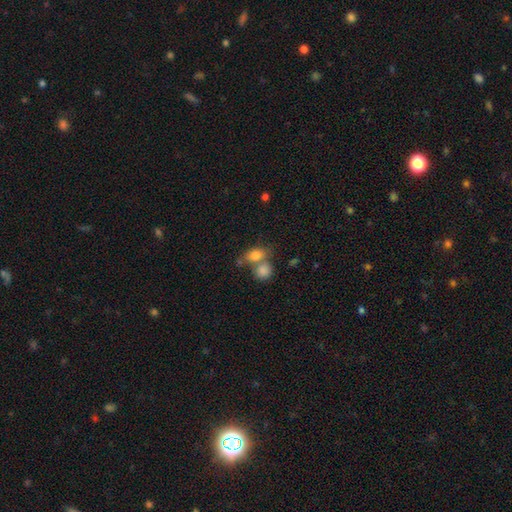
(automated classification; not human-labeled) This appears to be a smooth galaxy with no disk features (80%) that is in between round and cigar-shaped (69%). Merging: merger (46%).